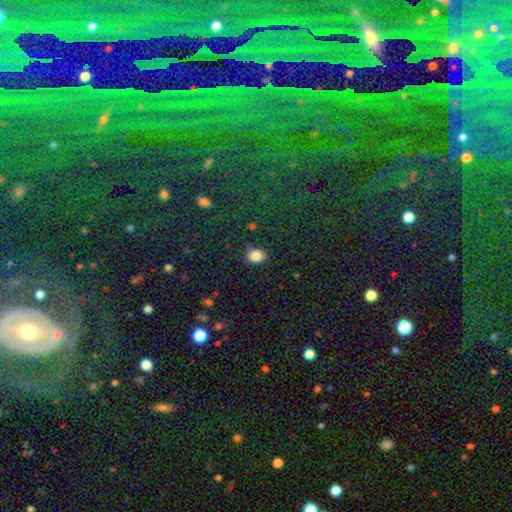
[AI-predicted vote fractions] A smooth galaxy with no disk features (85%) that is in between round and cigar-shaped (59%).

Vote fractions:
- Smooth or featured? smooth: 85% / star or artifact: 11% / featured or disk: 5%
- How rounded? in between: 59% / round: 40% / cigar-shaped: 1%
- Merging? none: 79% / minor disturbance: 15% / major disturbance: 4% / merger: 2%